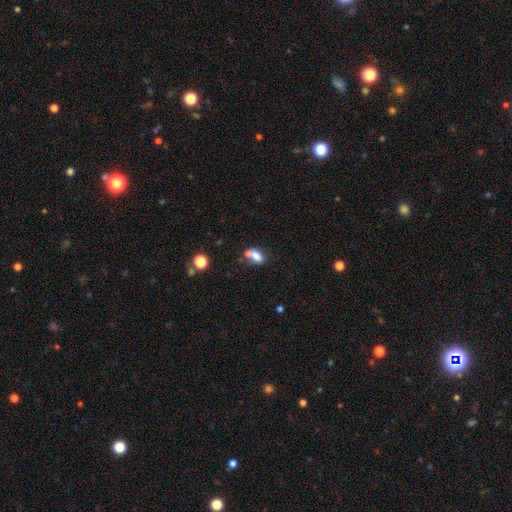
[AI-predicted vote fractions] Smooth or featured?
  - smooth: 73% *
  - featured or disk: 15%
  - star or artifact: 12%
How rounded?
  - in between: 80% *
  - round: 13%
  - cigar-shaped: 7%
Merging?
  - merger: 39% *
  - none: 37%
  - minor disturbance: 16%
  - major disturbance: 8%